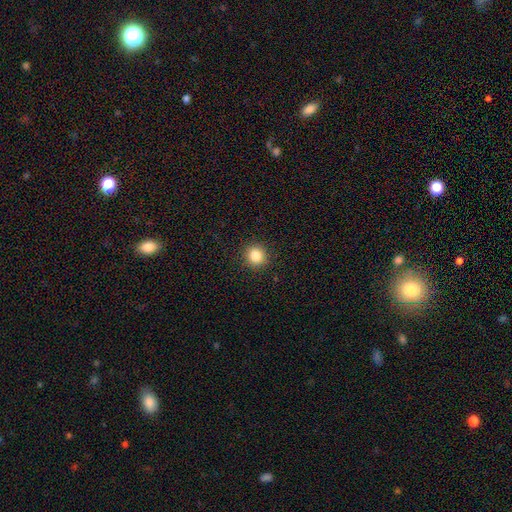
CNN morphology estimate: This appears to be a smooth galaxy with no disk features (85%) that is round (91%). Merging: none (92%).